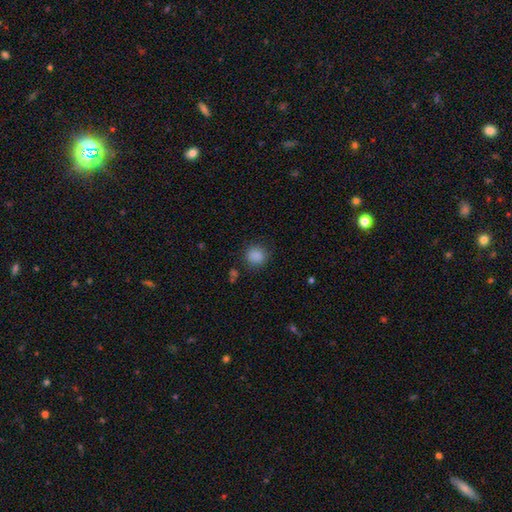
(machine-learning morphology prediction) type=smooth (87%); roundness=round (89%); merging=none (85%).